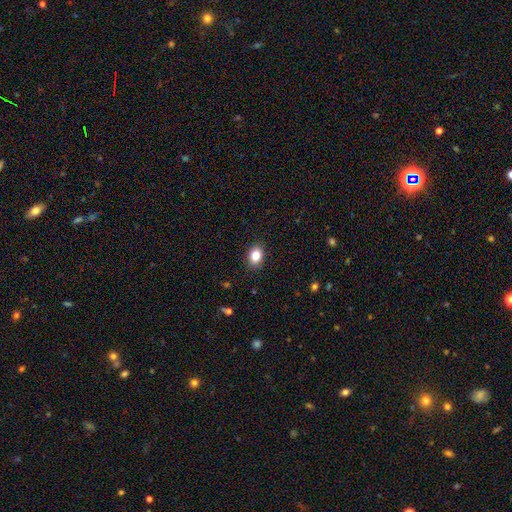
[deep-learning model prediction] Smooth or featured?
  - smooth: 84% *
  - star or artifact: 9%
  - featured or disk: 7%
How rounded?
  - in between: 73% *
  - round: 26%
  - cigar-shaped: 1%
Merging?
  - none: 88% *
  - minor disturbance: 9%
  - major disturbance: 2%
  - merger: 1%